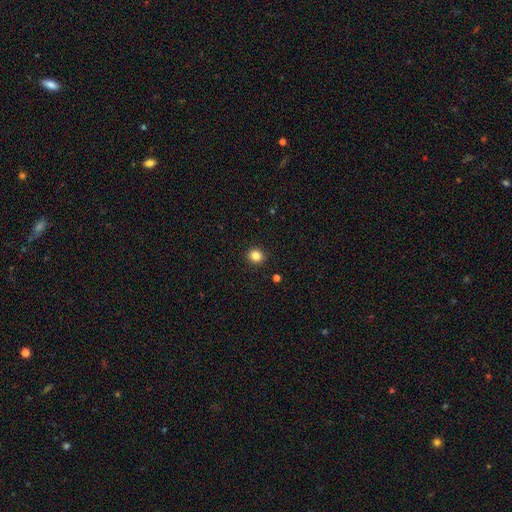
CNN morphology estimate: This is clearly a smooth galaxy (84%). How rounded: clearly round (87%). Merging: clearly none (92%).